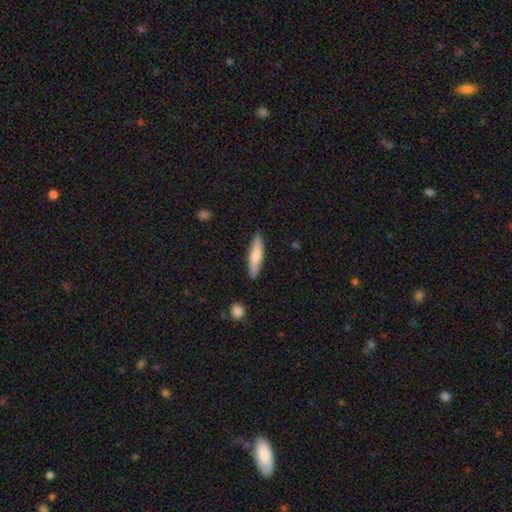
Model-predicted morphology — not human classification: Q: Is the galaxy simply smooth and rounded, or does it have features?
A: smooth — 63%.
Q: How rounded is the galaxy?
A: cigar-shaped — 85%.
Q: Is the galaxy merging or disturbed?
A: none — 87%.